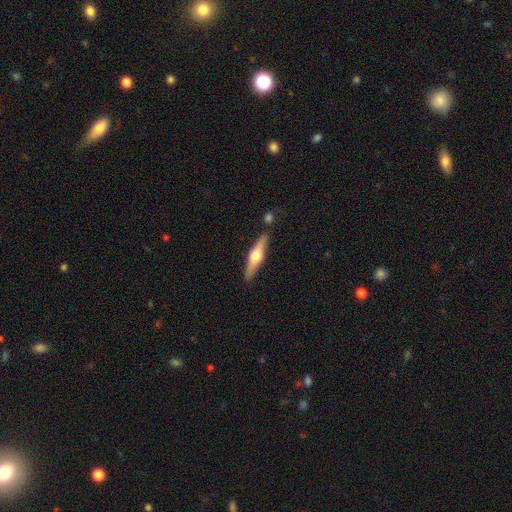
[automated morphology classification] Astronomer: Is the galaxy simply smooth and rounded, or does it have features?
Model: featured or disk — 60% (runner-up: smooth, 35%).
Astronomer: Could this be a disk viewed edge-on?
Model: yes — 95%.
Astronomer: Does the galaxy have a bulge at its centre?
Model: rounded — 93%.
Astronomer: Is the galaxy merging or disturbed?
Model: none — 83%.